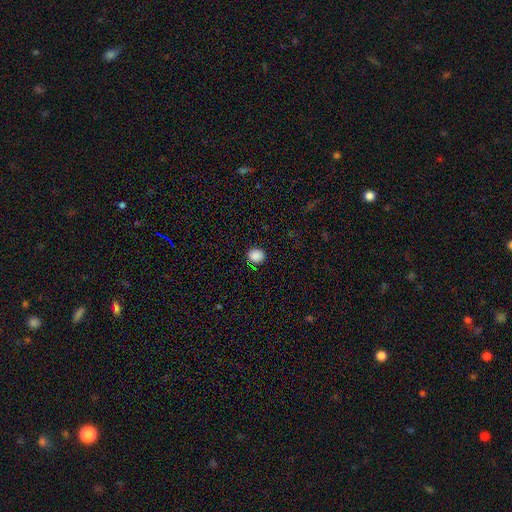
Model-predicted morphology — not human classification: smooth 85%, star or artifact 12%, featured or disk 3%. Down the decision tree: how rounded — round (74%); merging — none (89%).